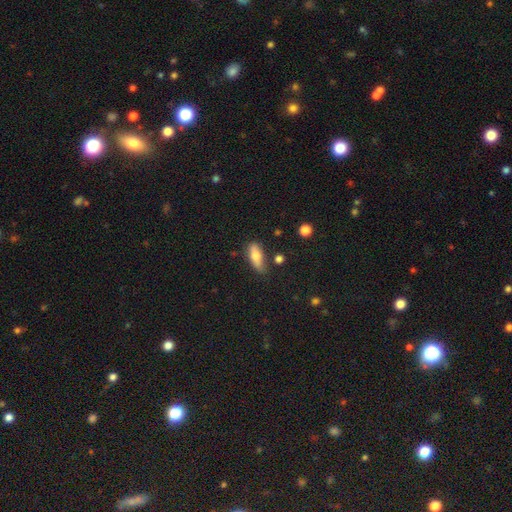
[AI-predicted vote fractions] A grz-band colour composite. It shows a smooth galaxy with no disk features (69%) that is in between round and cigar-shaped (65%). Merging: none (67%).